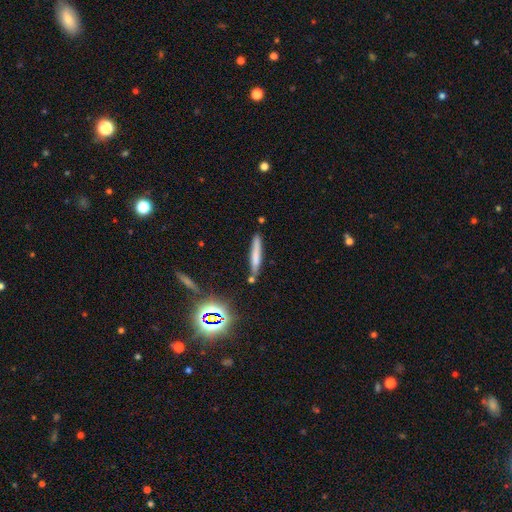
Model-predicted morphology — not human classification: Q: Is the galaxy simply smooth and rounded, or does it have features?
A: smooth — 65%.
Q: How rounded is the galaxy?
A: cigar-shaped — 93%.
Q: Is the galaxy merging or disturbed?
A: none — 77%.